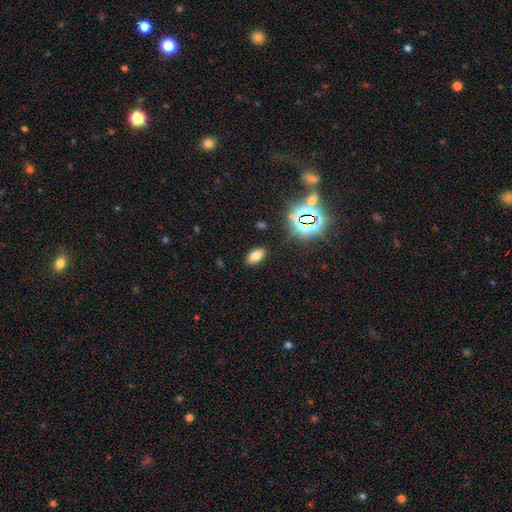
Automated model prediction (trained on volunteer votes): smooth-or-featured: smooth: 70% | star or artifact: 19% | featured or disk: 11%
  how-rounded: in between: 90% | round: 6% | cigar-shaped: 4%
  merging: none: 88% | minor disturbance: 8% | major disturbance: 3% | merger: 1%